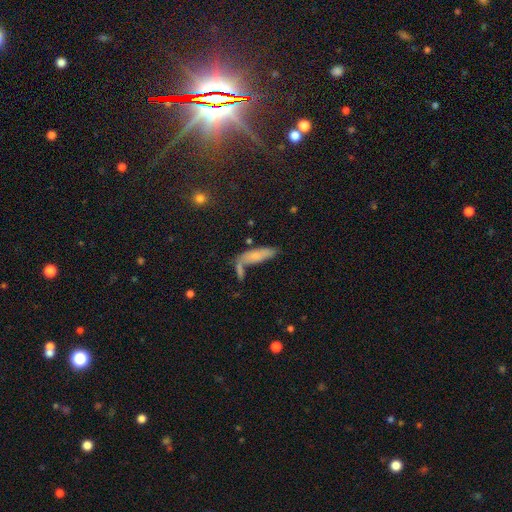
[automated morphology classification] A smooth galaxy with no disk features (66%) that is cigar-shaped (49%).

Vote fractions:
- Smooth or featured? smooth: 66% / featured or disk: 25% / star or artifact: 9%
- How rounded? cigar-shaped: 49% / in between: 48% / round: 3%
- Merging? none: 49% / merger: 23% / minor disturbance: 19% / major disturbance: 9%